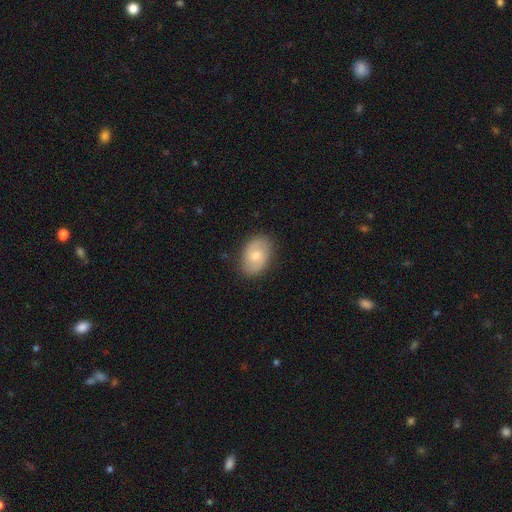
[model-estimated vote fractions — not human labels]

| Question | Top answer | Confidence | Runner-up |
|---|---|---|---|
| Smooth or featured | featured or disk | 48% | smooth (45%) |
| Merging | none | 84% | minor disturbance (12%) |